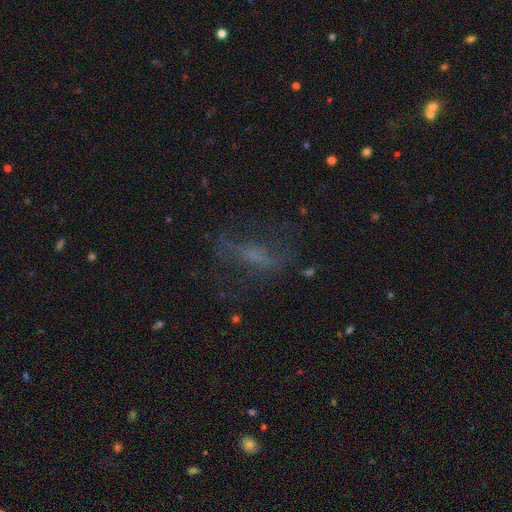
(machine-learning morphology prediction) The model was most divided on "smooth or featured": featured or disk: 42%, smooth: 36%, star or artifact: 22%. More confident: merging — none (56%).